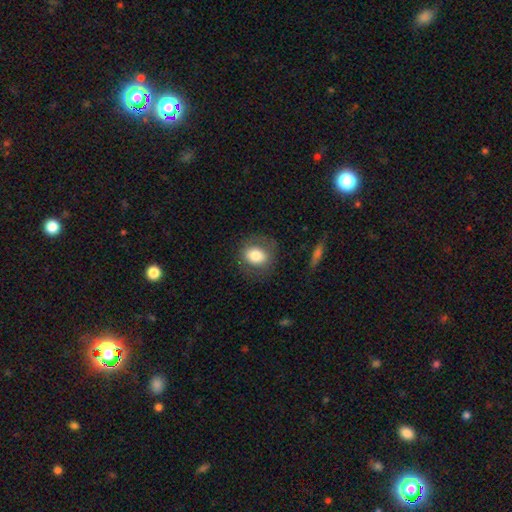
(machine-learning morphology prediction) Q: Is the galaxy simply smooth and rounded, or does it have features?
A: smooth — 75%.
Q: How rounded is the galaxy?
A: round — 58%.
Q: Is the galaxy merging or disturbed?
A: none — 78%.